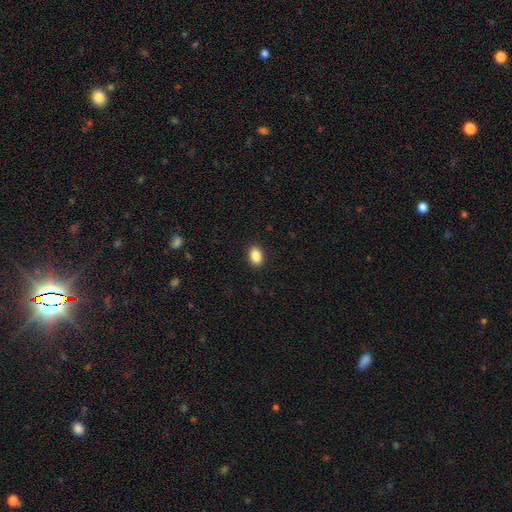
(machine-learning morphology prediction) A smooth galaxy with no disk features (88%) that is in between round and cigar-shaped (84%). Merging: none (91%).